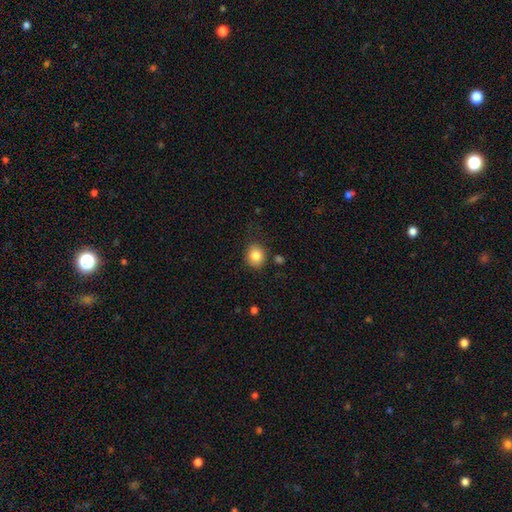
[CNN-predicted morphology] A smooth galaxy with no disk features (83%) that is round (81%). Merging: none (82%).